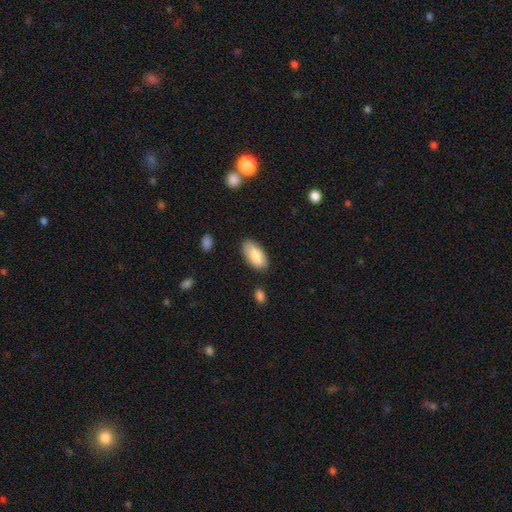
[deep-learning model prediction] Smooth or featured: smooth — 82% (featured or disk — 12%)
How rounded: in between — 93% (cigar-shaped — 5%)
Merging: none — 80% (minor disturbance — 15%)